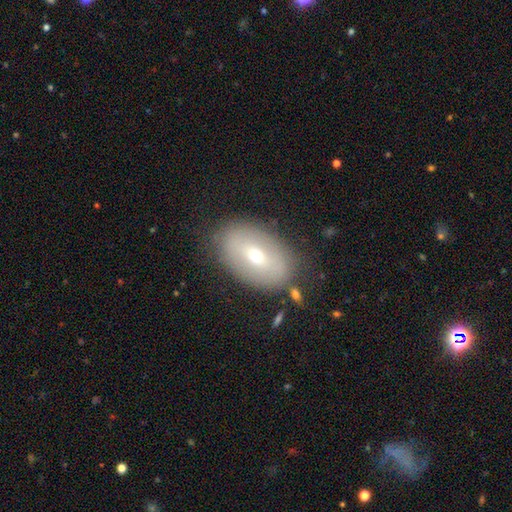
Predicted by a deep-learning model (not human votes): Smooth or featured? Predicted: smooth (p=0.50). Merging? Predicted: none (p=0.81).